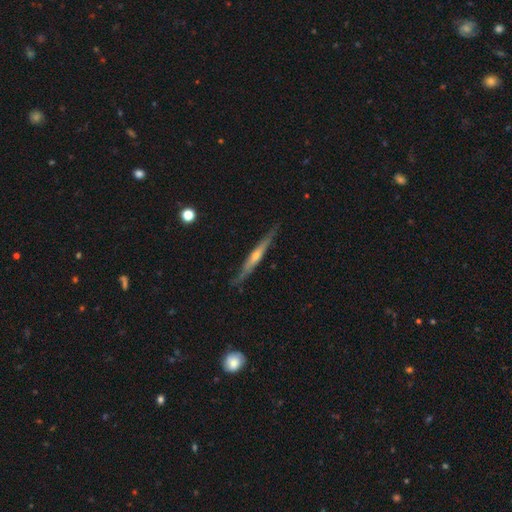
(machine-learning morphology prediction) This appears to be a featured or disk galaxy (75%) viewed edge-on (96%) with a rounded central bulge (74%). Merging: none (86%).